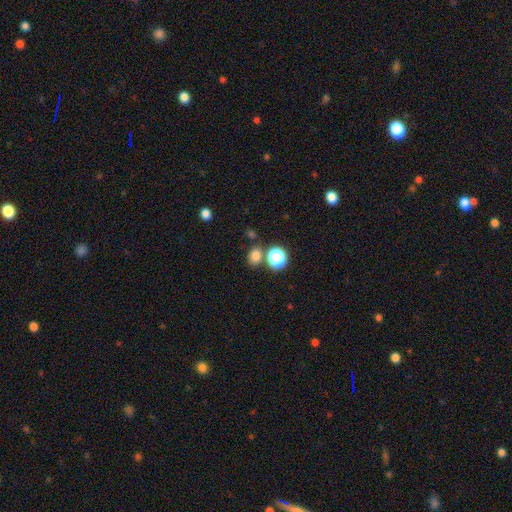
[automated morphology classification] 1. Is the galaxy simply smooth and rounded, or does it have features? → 78% smooth, 17% star or artifact, 6% featured or disk.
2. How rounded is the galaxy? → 51% round, 48% in between, 1% cigar-shaped.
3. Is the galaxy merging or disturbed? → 73% none, 14% merger, 10% minor disturbance, 3% major disturbance.